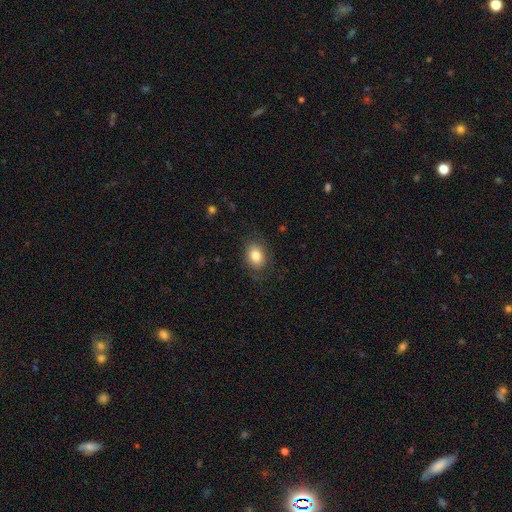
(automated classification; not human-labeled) Overall: smooth (81%). How rounded: in between (69%; round 30%). Merging: none (77%).